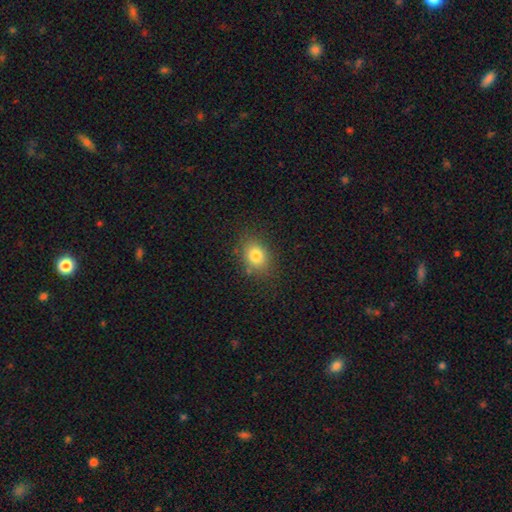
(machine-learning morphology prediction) Overall: smooth (81%). How rounded: in between (56%; round 43%). Merging: none (82%).